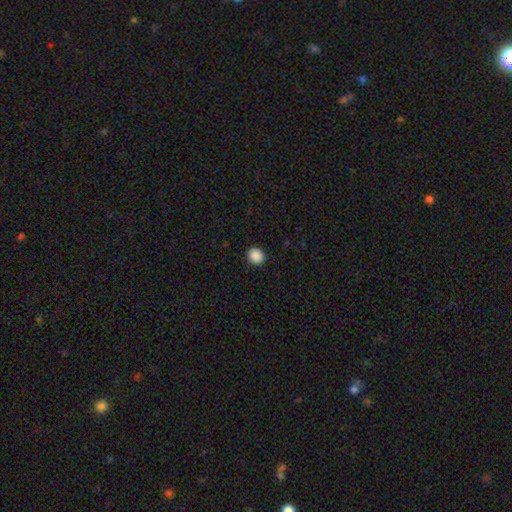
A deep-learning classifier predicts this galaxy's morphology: The model was most divided on "how rounded": round: 73%, in between: 27%, cigar-shaped: 1%. More confident: merging — none (92%); smooth or featured — smooth (89%).